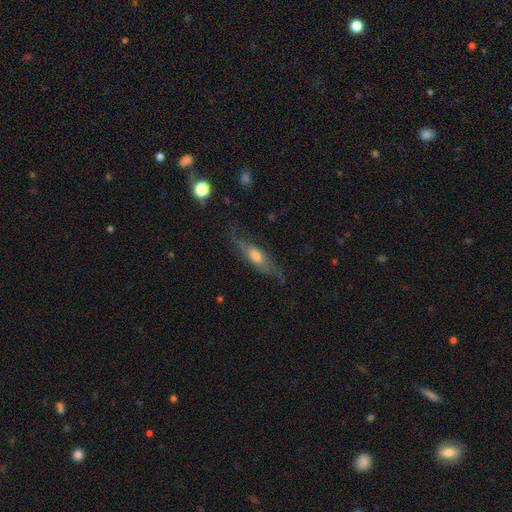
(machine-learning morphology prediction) Smooth or featured? featured or disk (59%)
Edge-on disk? yes (53%)
Merging? none (62%)